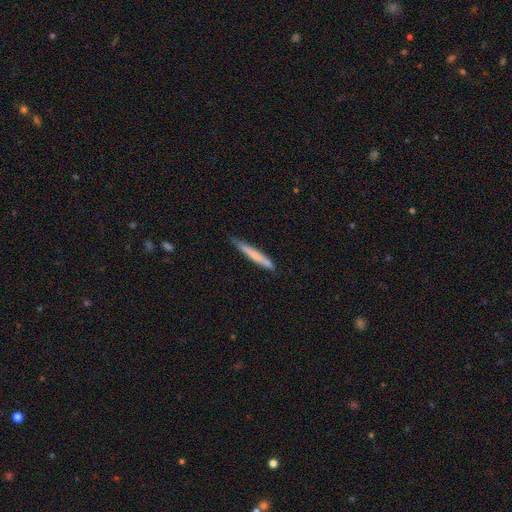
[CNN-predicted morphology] This is likely a smooth galaxy (65%). How rounded: clearly cigar-shaped (96%). Merging: likely none (78%).